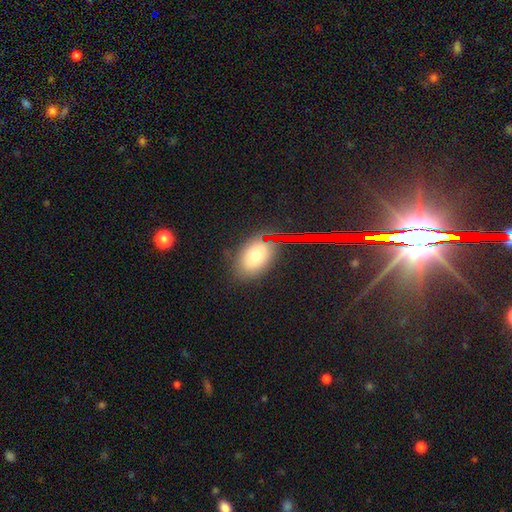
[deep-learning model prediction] Smooth or featured? smooth (70%)
How rounded? in between (79%)
Merging? none (77%)